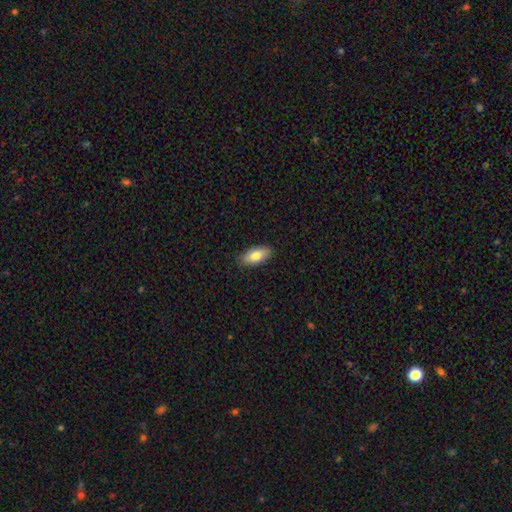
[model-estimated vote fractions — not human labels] Q: Smooth or featured?
A: smooth (80%); runner-up: featured or disk (14%)
Q: How rounded?
A: in between (89%); runner-up: cigar-shaped (8%)
Q: Merging?
A: none (88%); runner-up: minor disturbance (10%)